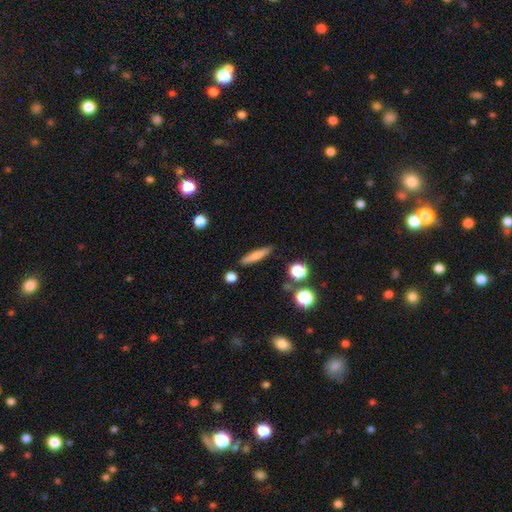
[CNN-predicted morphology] Smooth or featured?
  - smooth: 73% *
  - featured or disk: 19%
  - star or artifact: 8%
How rounded?
  - cigar-shaped: 86% *
  - in between: 11%
  - round: 3%
Merging?
  - none: 86% *
  - minor disturbance: 9%
  - merger: 3%
  - major disturbance: 2%